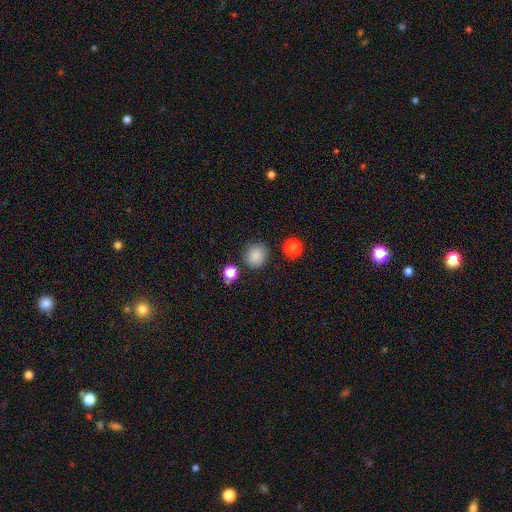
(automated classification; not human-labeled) Smooth or featured? Predicted: smooth (p=0.85). How rounded? Predicted: round (p=0.85). Merging? Predicted: none (p=0.84).